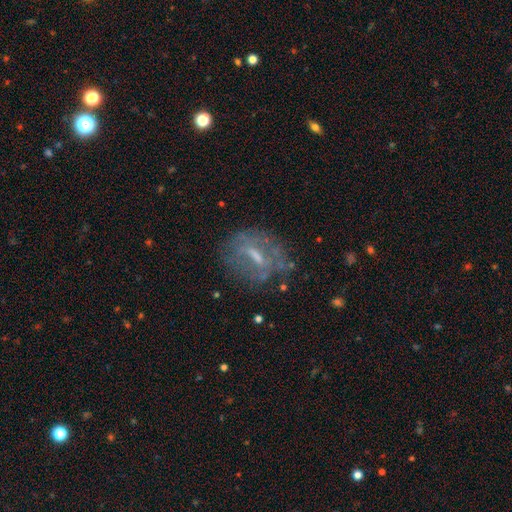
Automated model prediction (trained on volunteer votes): This appears to be a featured or disk galaxy (61%) with a weak bar (45%), no spiral arms (63%) and a small central bulge (39%). Merging: none (66%).